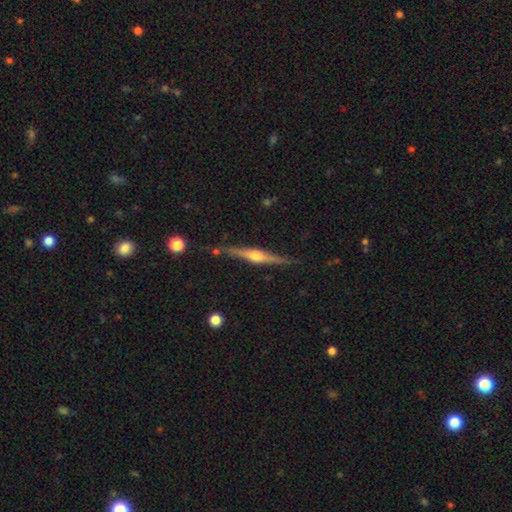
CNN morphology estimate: Q: Smooth or featured?
A: featured or disk (80%); runner-up: smooth (14%)
Q: Edge-on disk?
A: yes (98%); runner-up: no (2%)
Q: Edge-on bulge?
A: rounded (92%); runner-up: boxy (6%)
Q: Merging?
A: none (85%); runner-up: minor disturbance (10%)